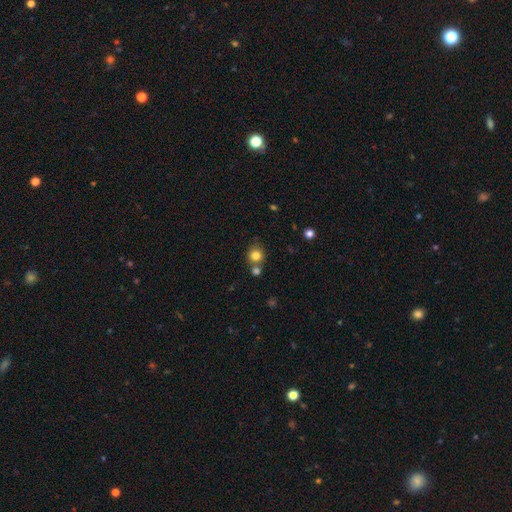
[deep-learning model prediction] Smooth or featured? smooth (81%)
How rounded? round (84%)
Merging? none (63%)